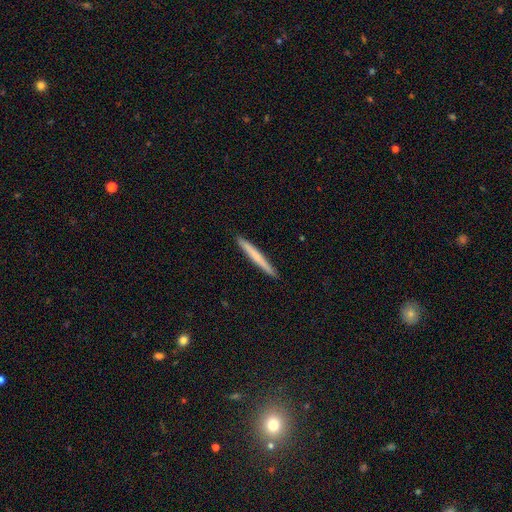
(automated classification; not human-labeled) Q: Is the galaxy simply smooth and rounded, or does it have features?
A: smooth — 62%.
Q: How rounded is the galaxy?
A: cigar-shaped — 97%.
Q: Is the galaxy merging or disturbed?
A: none — 93%.